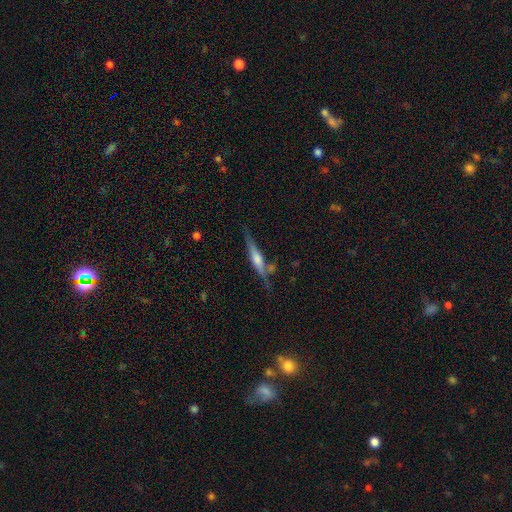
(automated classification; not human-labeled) The model was most divided on "smooth or featured": featured or disk: 66%, smooth: 27%, star or artifact: 7%. More confident: edge-on disk — yes (96%); merging — none (72%); edge-on bulge — rounded (71%).